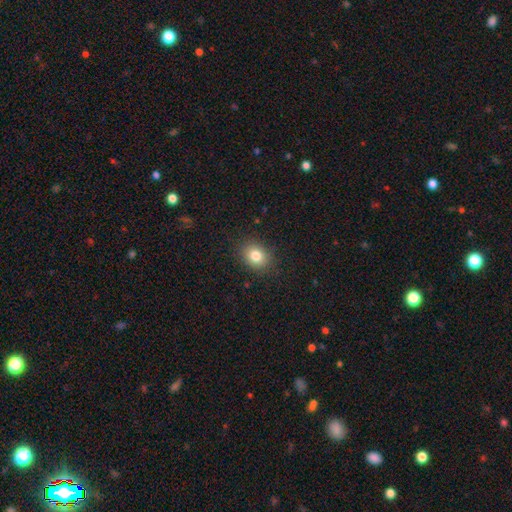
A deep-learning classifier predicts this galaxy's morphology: A smooth galaxy with no disk features (82%) that is round (53%). Merging: none (88%).